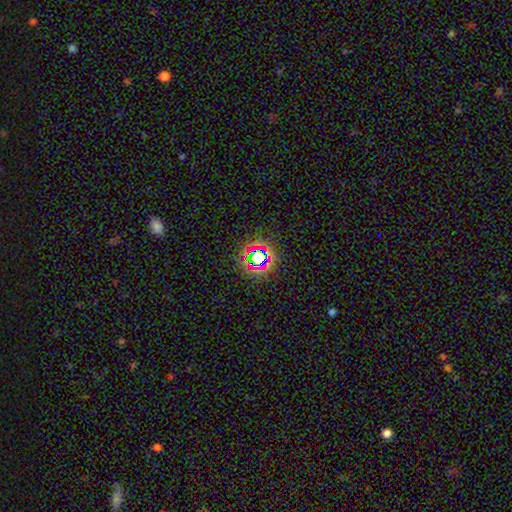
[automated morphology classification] smooth-or-featured: star or artifact: 63% | smooth: 26% | featured or disk: 11%